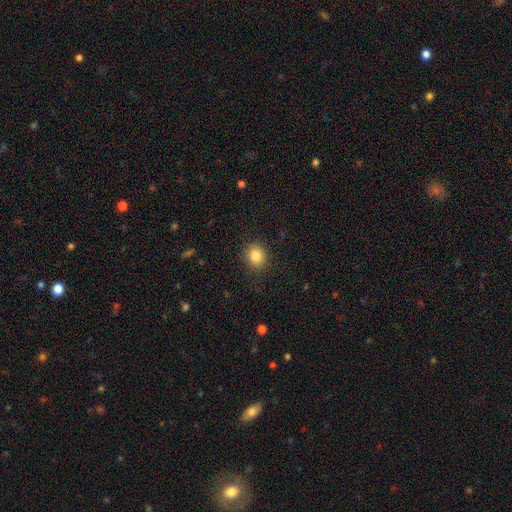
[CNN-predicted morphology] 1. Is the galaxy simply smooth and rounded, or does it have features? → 84% smooth, 10% star or artifact, 6% featured or disk.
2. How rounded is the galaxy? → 79% round, 20% in between, 1% cigar-shaped.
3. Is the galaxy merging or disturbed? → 89% none, 8% minor disturbance, 3% major disturbance, 1% merger.